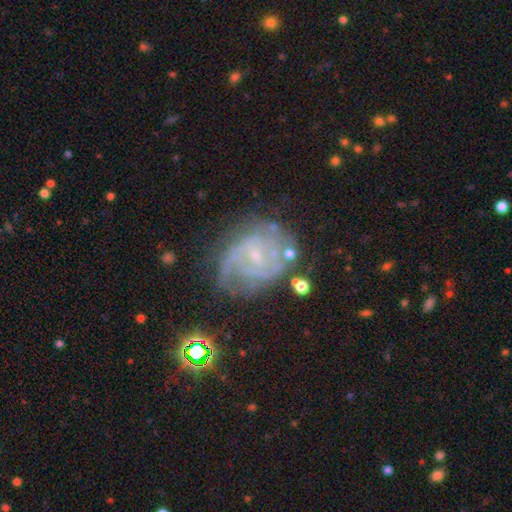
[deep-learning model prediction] This is likely a featured or disk galaxy (78%). It is clearly not viewed edge-on (98%). Bar: possibly no (47%). Spiral arm pattern: clearly yes (87%). Spiral arm count: marginally can't tell (40%). Spiral winding: possibly tight (46%). Central bulge: likely small (73%). Merging: possibly none (57%).